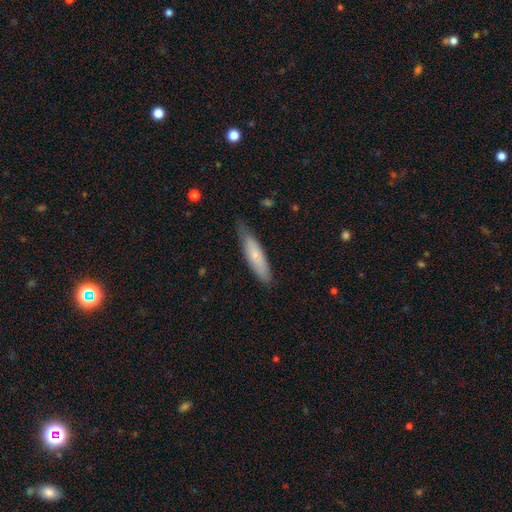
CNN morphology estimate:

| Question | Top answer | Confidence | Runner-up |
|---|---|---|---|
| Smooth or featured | smooth | 67% | featured or disk (28%) |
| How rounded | cigar-shaped | 72% | in between (26%) |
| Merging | none | 74% | minor disturbance (21%) |